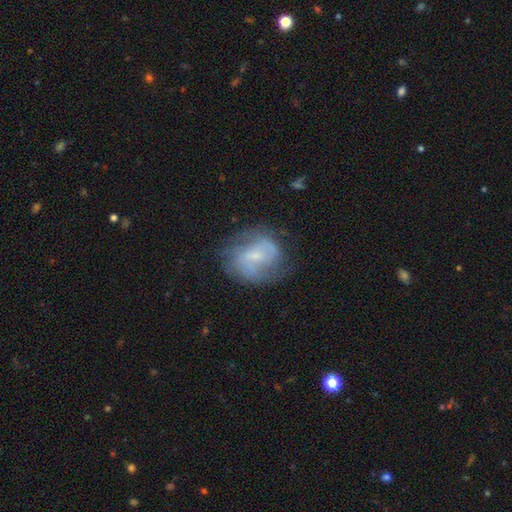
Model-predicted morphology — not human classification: smooth_or_featured: featured or disk (p=0.66) [alt: smooth p=0.26]
disk_edge_on: no (p=0.97) [alt: yes p=0.03]
bar: weak (p=0.45) [alt: no p=0.43]
has_spiral_arms: yes (p=0.81) [alt: no p=0.19]
spiral_winding: medium (p=0.44) [alt: tight p=0.35]
spiral_arm_count: 2 (p=0.52) [alt: can't tell p=0.30]
bulge_size: small (p=0.66) [alt: moderate p=0.23]
merging: none (p=0.64) [alt: minor disturbance p=0.21]